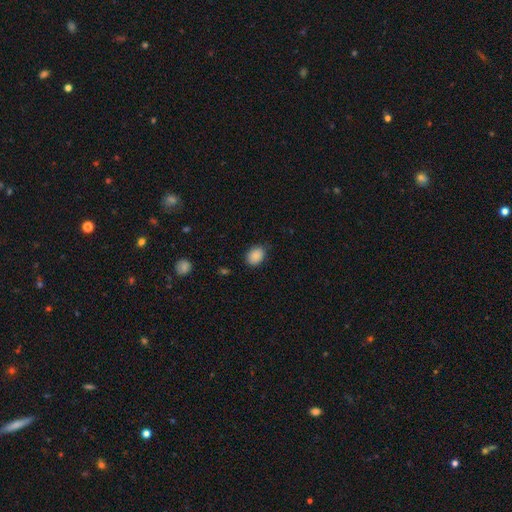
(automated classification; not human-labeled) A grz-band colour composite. It shows a smooth galaxy with no disk features (88%) that is in between round and cigar-shaped (67%). Merging: none (83%).